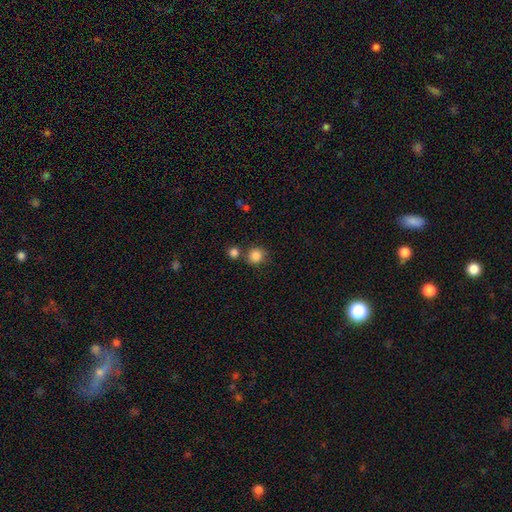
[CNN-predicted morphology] Overall: smooth (85%). How rounded: round (89%). Merging: none (71%).